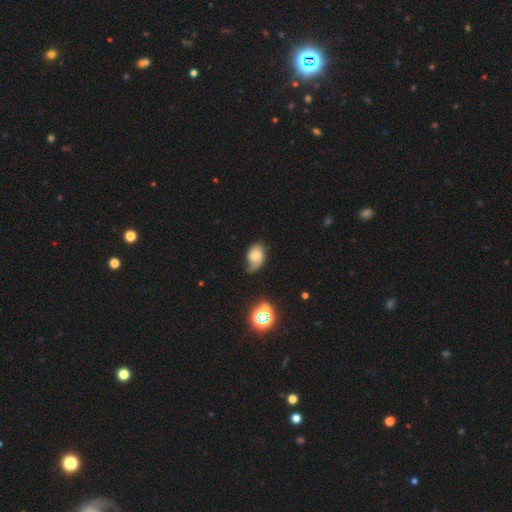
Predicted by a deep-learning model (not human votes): Smooth or featured? smooth (46%)
Merging? minor disturbance (37%, tied with none)